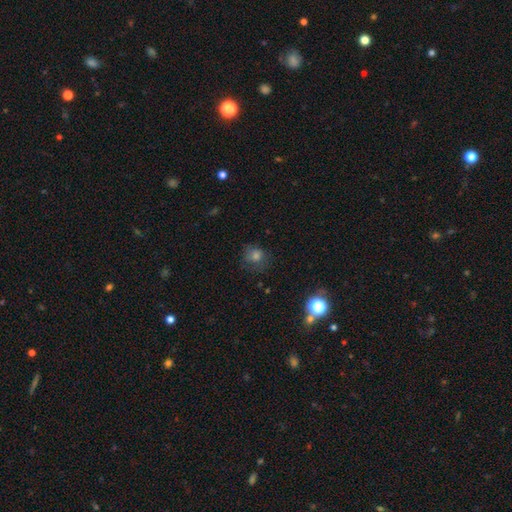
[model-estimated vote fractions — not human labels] This is likely a smooth galaxy (66%). How rounded: clearly round (80%). Merging: likely none (71%).